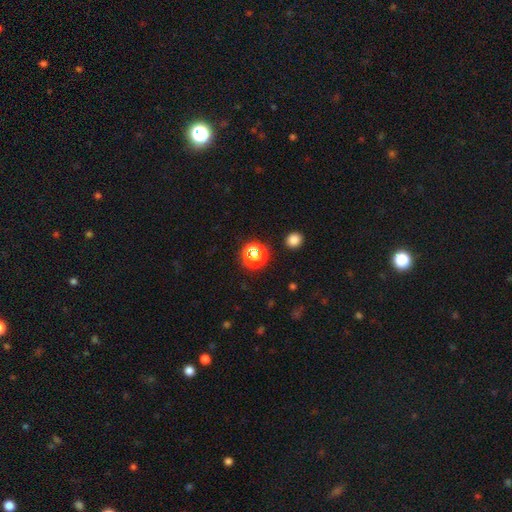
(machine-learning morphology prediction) The model was most divided on "smooth or featured": smooth: 52%, star or artifact: 41%, featured or disk: 8%. More confident: how rounded — round (87%); merging — none (81%).